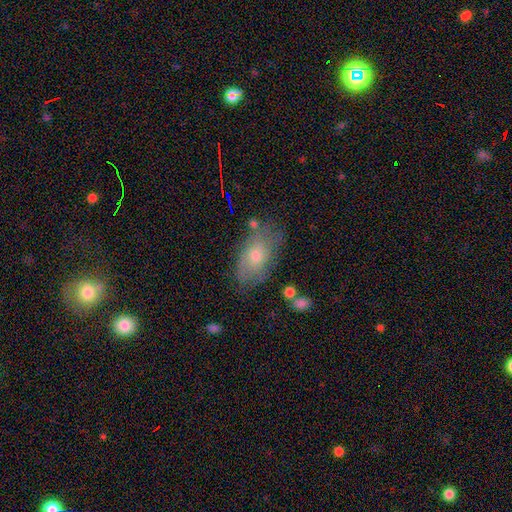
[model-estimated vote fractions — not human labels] A smooth galaxy with no disk features (57%) that is in between round and cigar-shaped (90%).

Vote fractions:
- Smooth or featured? smooth: 57% / featured or disk: 33% / star or artifact: 10%
- How rounded? in between: 90% / round: 7% / cigar-shaped: 3%
- Merging? none: 66% / minor disturbance: 22% / major disturbance: 7% / merger: 4%